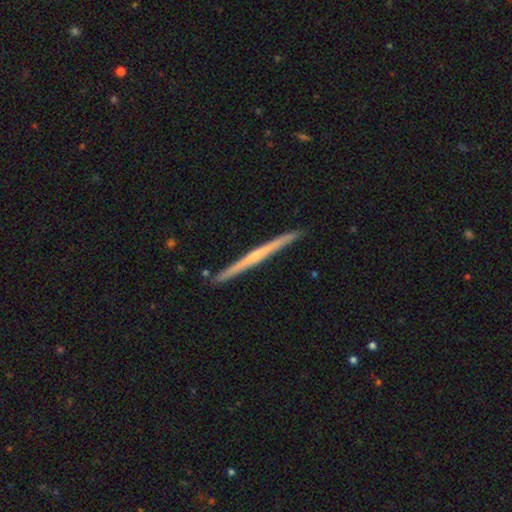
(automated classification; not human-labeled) Smooth or featured?
  - featured or disk: 65% *
  - smooth: 30%
  - star or artifact: 5%
Edge-on disk?
  - yes: 98% *
  - no: 2%
Edge-on bulge?
  - none: 62% *
  - rounded: 32%
  - boxy: 5%
Merging?
  - none: 92% *
  - minor disturbance: 6%
  - merger: 1%
  - major disturbance: 1%